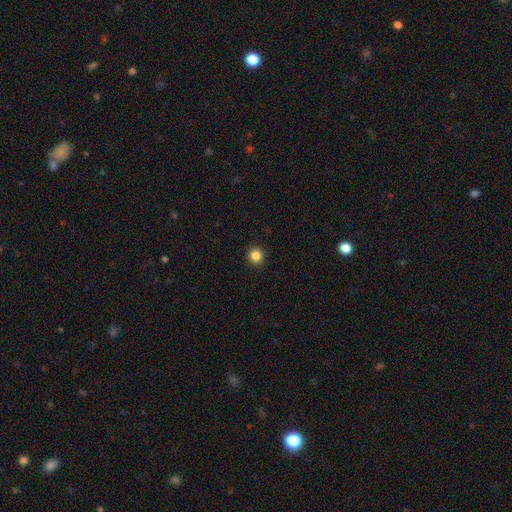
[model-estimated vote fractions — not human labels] smooth-or-featured: smooth: 85% | star or artifact: 12% | featured or disk: 4%
  how-rounded: round: 93% | in between: 6% | cigar-shaped: 1%
  merging: none: 93% | minor disturbance: 5% | major disturbance: 2% | merger: 1%